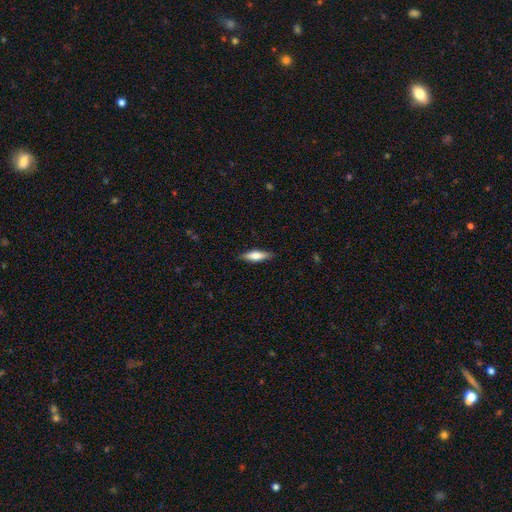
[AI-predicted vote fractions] Smooth or featured?
  - smooth: 66% *
  - featured or disk: 28%
  - star or artifact: 6%
How rounded?
  - cigar-shaped: 53% *
  - in between: 45%
  - round: 2%
Merging?
  - none: 86% *
  - minor disturbance: 11%
  - major disturbance: 2%
  - merger: 1%